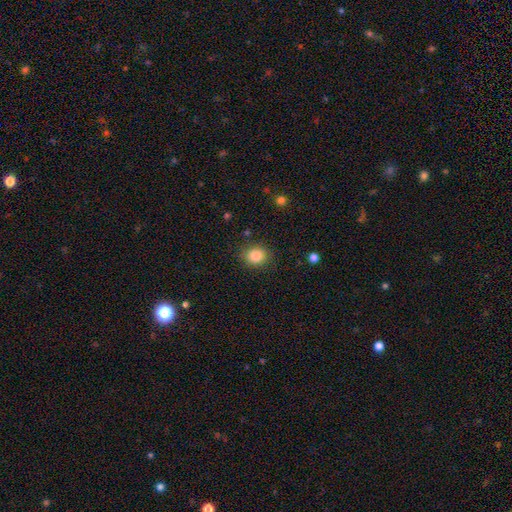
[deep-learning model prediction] Smooth or featured? Predicted: smooth (p=0.85). How rounded? Predicted: round (p=0.72). Merging? Predicted: none (p=0.86).